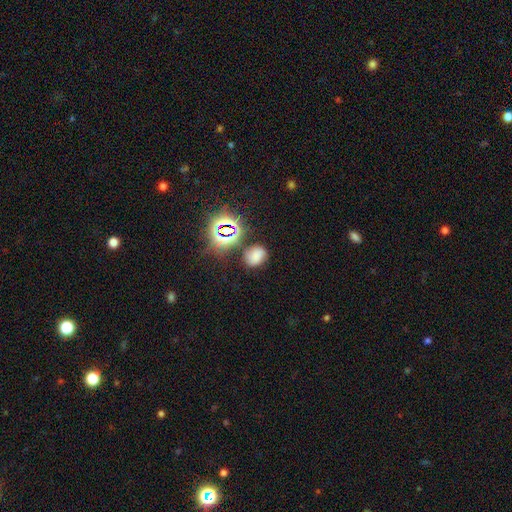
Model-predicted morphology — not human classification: Smooth or featured? smooth (63%)
How rounded? in between (54%)
Merging? none (68%)